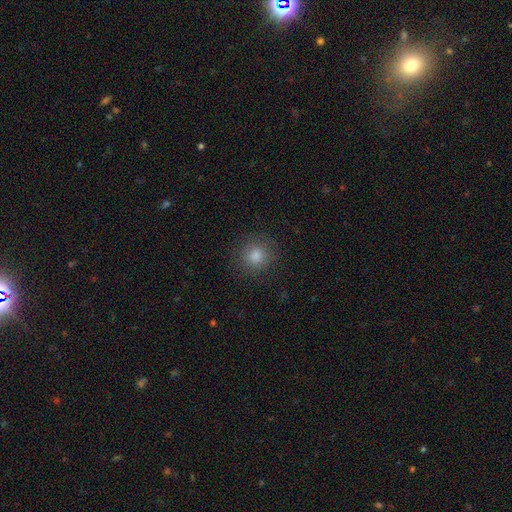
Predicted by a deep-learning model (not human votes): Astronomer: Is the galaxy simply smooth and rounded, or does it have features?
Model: smooth — 80%.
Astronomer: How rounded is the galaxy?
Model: round — 92%.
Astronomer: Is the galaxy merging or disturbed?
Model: none — 88%.